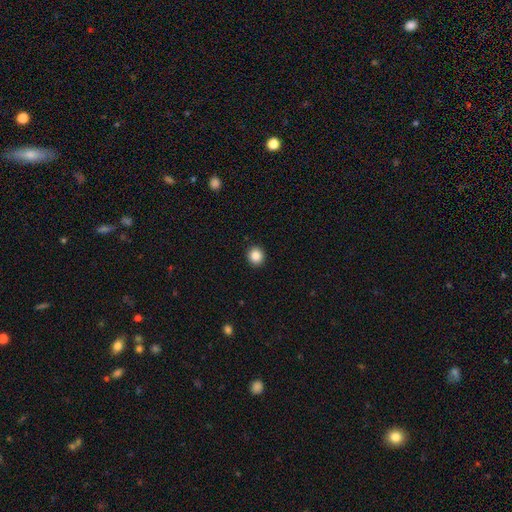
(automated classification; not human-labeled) Morphology: type=smooth (87%); roundness=round (88%); merging=none (93%).